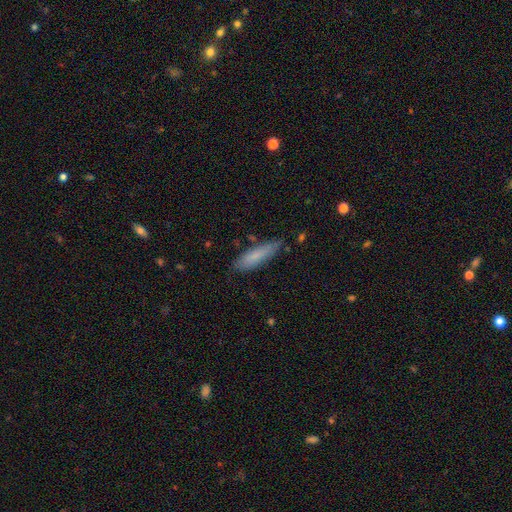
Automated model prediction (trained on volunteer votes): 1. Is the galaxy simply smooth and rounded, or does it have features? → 78% smooth, 16% featured or disk, 6% star or artifact.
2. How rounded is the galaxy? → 73% cigar-shaped, 26% in between, 1% round.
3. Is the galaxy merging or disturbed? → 78% none, 17% minor disturbance, 3% major disturbance, 2% merger.